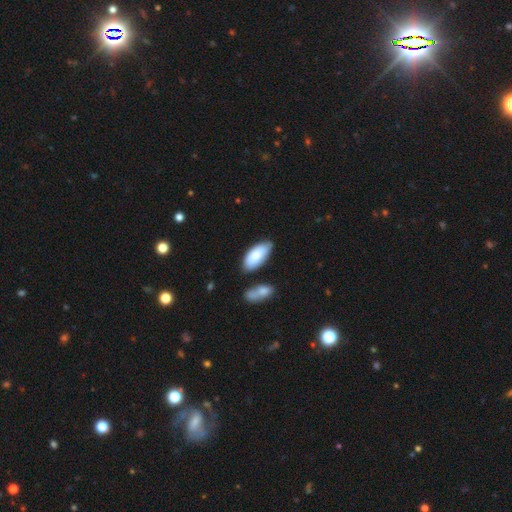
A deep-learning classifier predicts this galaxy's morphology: smooth-or-featured: smooth: 83% | featured or disk: 11% | star or artifact: 5%
  how-rounded: in between: 89% | cigar-shaped: 9% | round: 2%
  merging: none: 67% | minor disturbance: 19% | merger: 10% | major disturbance: 4%